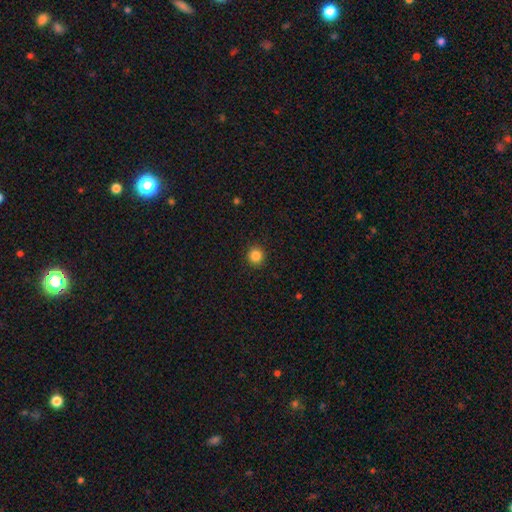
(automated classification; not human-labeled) Smooth or featured?
  - smooth: 85% *
  - star or artifact: 11%
  - featured or disk: 4%
How rounded?
  - round: 93% *
  - in between: 6%
  - cigar-shaped: 1%
Merging?
  - none: 92% *
  - minor disturbance: 5%
  - major disturbance: 2%
  - merger: 1%